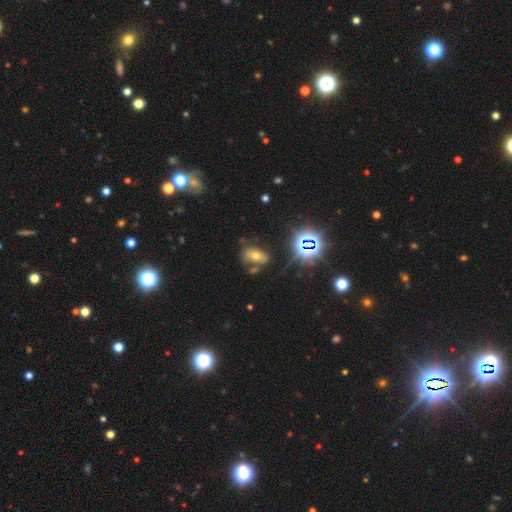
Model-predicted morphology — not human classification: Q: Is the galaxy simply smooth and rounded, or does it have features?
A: smooth — 43%.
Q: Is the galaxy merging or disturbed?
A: none — 60%.